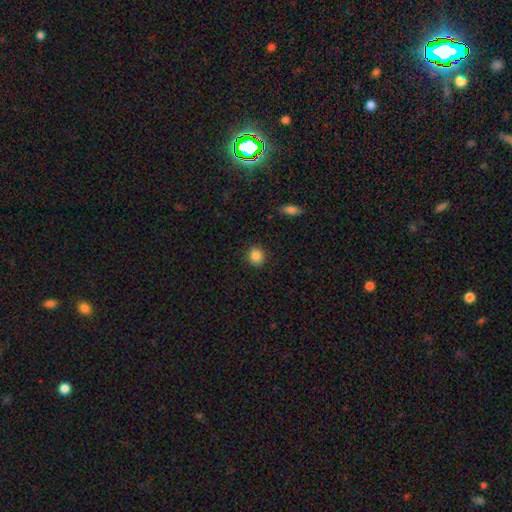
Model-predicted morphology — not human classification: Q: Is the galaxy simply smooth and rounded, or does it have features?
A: smooth — 86%.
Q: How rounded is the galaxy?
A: round — 86%.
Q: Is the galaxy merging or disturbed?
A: none — 91%.